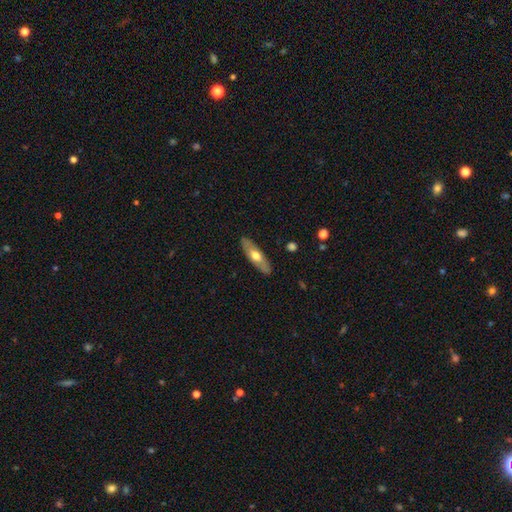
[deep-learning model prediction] Smooth or featured? Predicted: smooth (p=0.51). How rounded? Predicted: in between (p=0.50). Merging? Predicted: none (p=0.88).